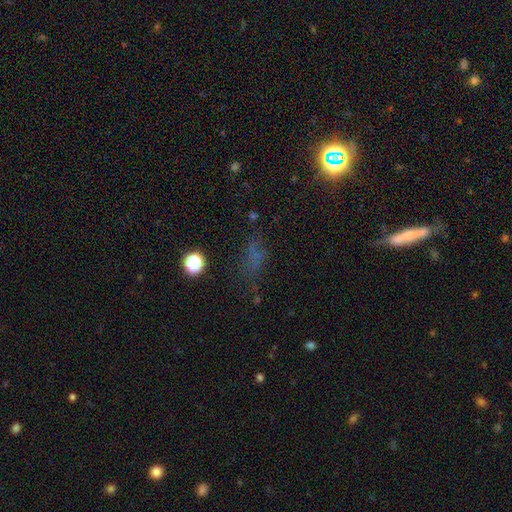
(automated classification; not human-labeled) Morphology: type=smooth (43%); merging=none (61%).